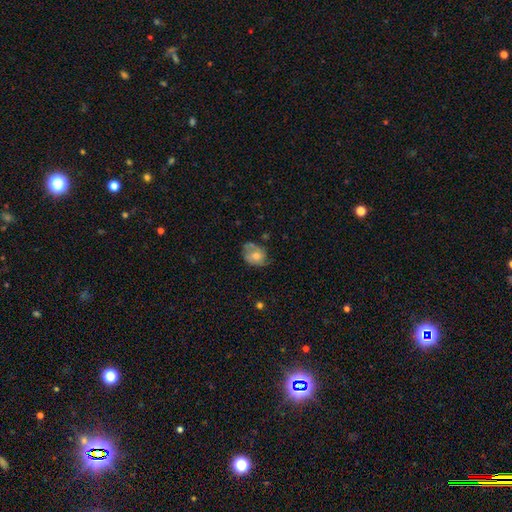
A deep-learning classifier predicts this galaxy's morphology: Smooth or featured? Predicted: smooth (p=0.48). Merging? Predicted: none (p=0.49).